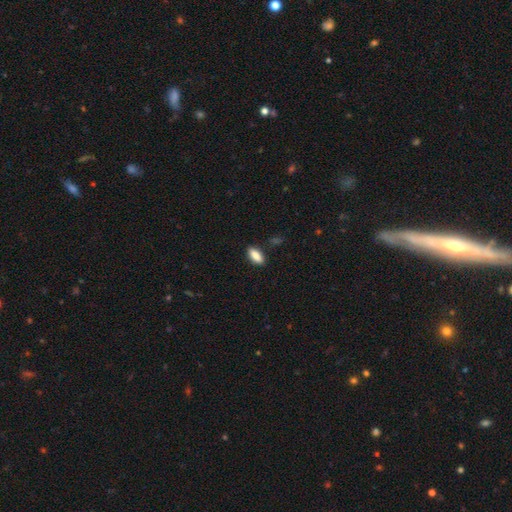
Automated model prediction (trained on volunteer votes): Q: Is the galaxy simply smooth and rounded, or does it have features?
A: smooth — 87%.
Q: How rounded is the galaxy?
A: in between — 82%.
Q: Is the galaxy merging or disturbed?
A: none — 87%.